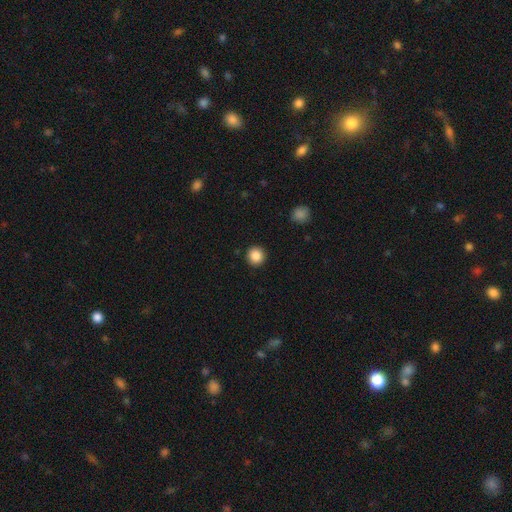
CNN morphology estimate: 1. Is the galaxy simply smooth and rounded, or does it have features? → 87% smooth, 10% star or artifact, 3% featured or disk.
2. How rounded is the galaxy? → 95% round, 4% in between, 1% cigar-shaped.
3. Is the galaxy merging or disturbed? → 92% none, 5% minor disturbance, 2% major disturbance, 1% merger.